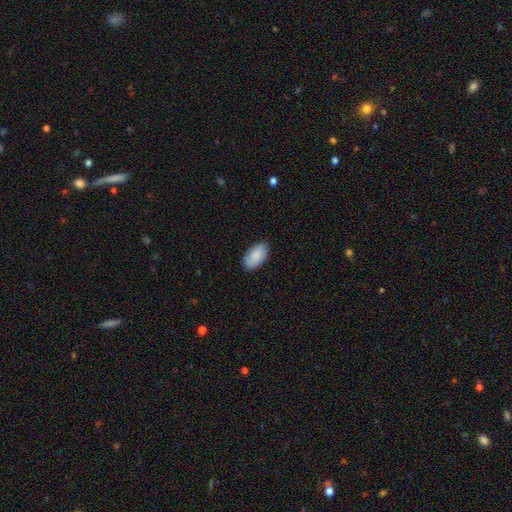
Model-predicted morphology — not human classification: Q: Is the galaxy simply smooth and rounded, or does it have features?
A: smooth — 84%.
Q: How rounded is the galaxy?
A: in between — 94%.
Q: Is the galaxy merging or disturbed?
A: none — 80%.